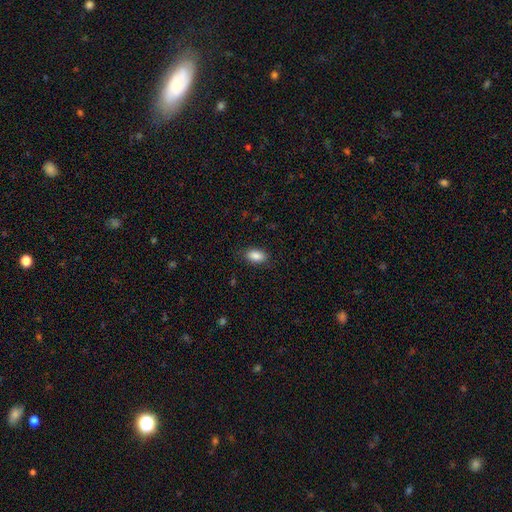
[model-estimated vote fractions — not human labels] This is clearly a smooth galaxy (88%). How rounded: clearly in between (91%). Merging: clearly none (85%).